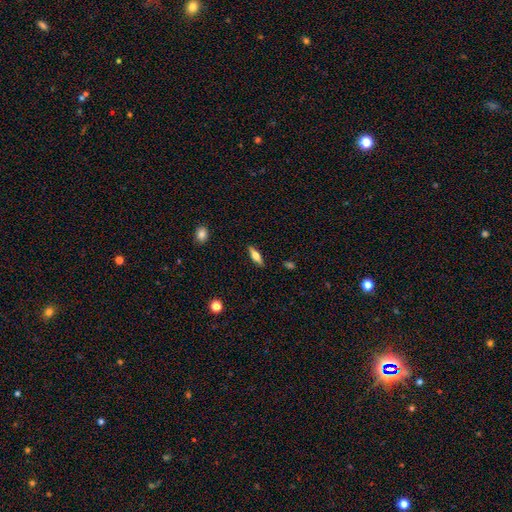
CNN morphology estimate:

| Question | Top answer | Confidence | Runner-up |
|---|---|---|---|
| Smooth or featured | smooth | 50% | featured or disk (43%) |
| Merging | none | 89% | minor disturbance (8%) |